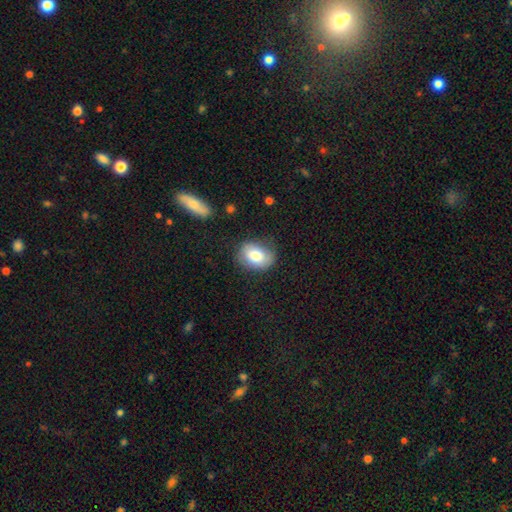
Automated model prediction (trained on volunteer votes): Smooth or featured? smooth (76%)
How rounded? in between (67%)
Merging? none (75%)